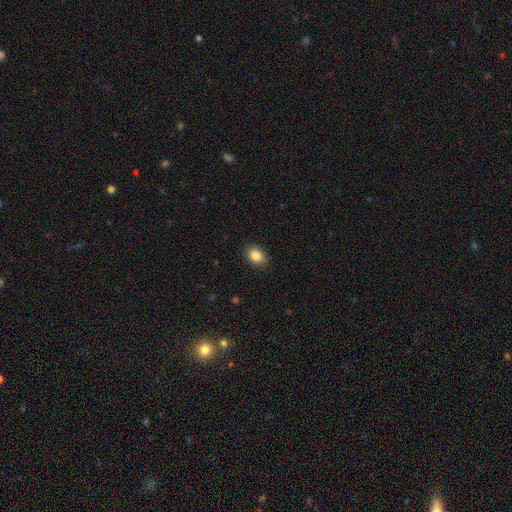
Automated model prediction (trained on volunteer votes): Q: Smooth or featured?
A: smooth (86%); runner-up: star or artifact (8%)
Q: How rounded?
A: in between (75%); runner-up: round (24%)
Q: Merging?
A: none (89%); runner-up: minor disturbance (8%)